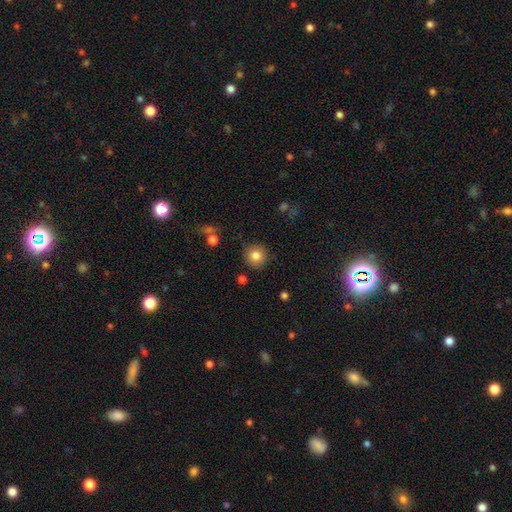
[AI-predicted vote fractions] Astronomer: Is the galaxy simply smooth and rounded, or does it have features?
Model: smooth — 83%.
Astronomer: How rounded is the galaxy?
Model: round — 93%.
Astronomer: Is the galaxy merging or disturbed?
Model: none — 86%.